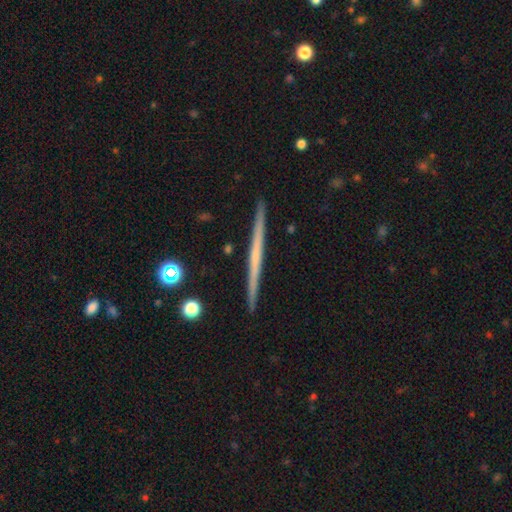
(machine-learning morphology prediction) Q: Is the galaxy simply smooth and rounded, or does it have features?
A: featured or disk — 61%.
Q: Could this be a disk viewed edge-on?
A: yes — 98%.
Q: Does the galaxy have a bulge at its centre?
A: none — 87%.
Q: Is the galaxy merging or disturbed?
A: none — 93%.